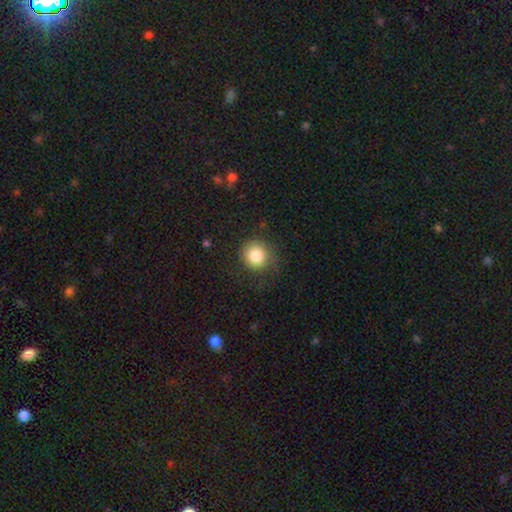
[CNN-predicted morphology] This appears to be a smooth galaxy with no disk features (84%) that is round (90%). Merging: none (74%).